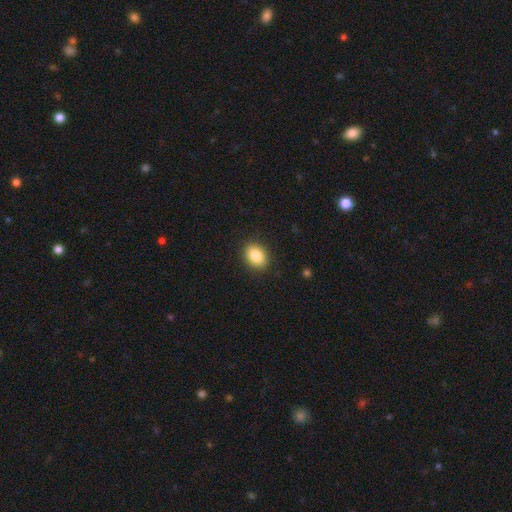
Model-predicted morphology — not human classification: The model was most divided on "how rounded": in between: 68%, round: 31%, cigar-shaped: 1%. More confident: merging — none (89%); smooth or featured — smooth (86%).